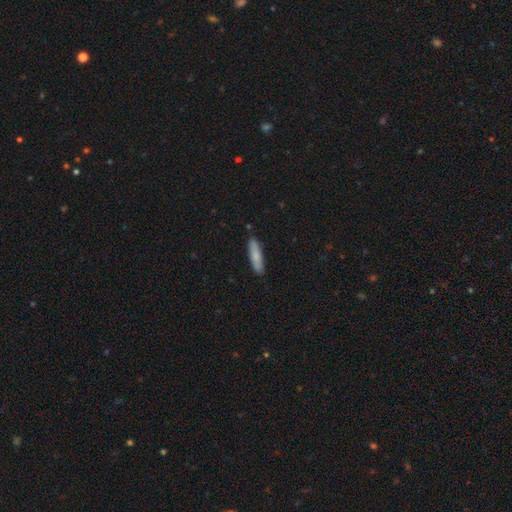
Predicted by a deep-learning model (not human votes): smooth_or_featured: smooth (p=0.81) [alt: featured or disk p=0.13]
how_rounded: cigar-shaped (p=0.73) [alt: in between p=0.25]
merging: none (p=0.88) [alt: minor disturbance p=0.09]